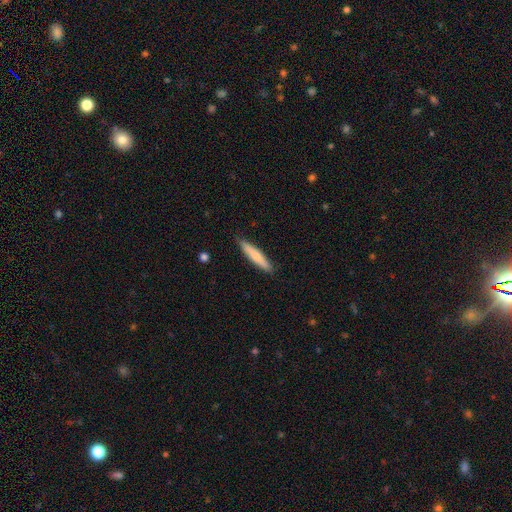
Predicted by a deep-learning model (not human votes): Smooth or featured: smooth — 69% (featured or disk — 25%)
How rounded: cigar-shaped — 89% (in between — 9%)
Merging: none — 89% (minor disturbance — 8%)